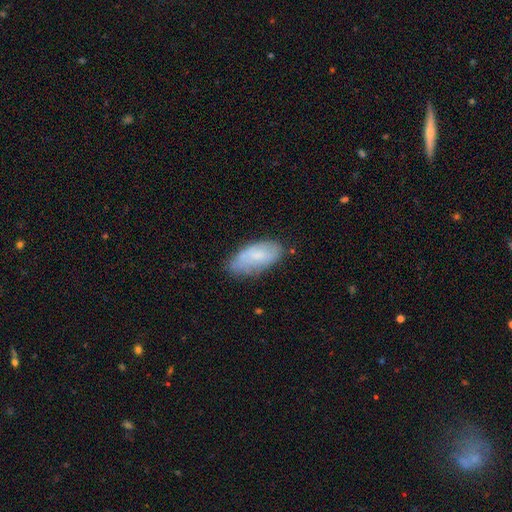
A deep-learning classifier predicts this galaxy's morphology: type=smooth (68%); roundness=in between (92%); merging=none (62%).